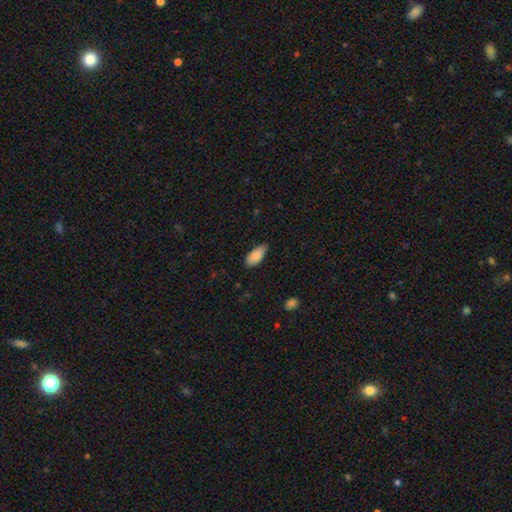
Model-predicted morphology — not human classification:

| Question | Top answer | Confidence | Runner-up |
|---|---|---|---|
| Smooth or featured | smooth | 88% | star or artifact (6%) |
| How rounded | in between | 90% | cigar-shaped (8%) |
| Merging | none | 74% | minor disturbance (22%) |